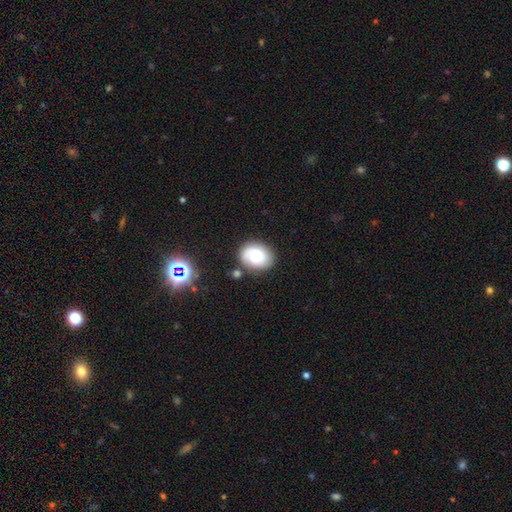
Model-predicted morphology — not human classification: smooth 59%, featured or disk 30%, star or artifact 10%. Down the decision tree: how rounded — in between (59%); merging — none (71%).